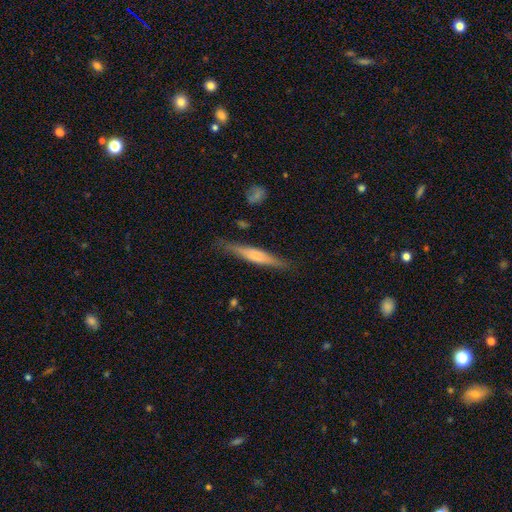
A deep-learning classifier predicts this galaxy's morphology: Smooth or featured: smooth — 48% (featured or disk — 46%)
Merging: none — 83% (minor disturbance — 13%)